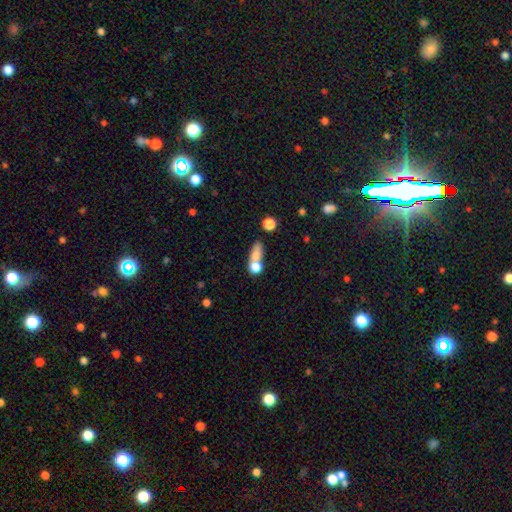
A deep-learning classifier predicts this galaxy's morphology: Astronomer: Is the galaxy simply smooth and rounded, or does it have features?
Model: smooth — 73%.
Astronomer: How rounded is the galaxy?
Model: in between — 51% (runner-up: round, 28%).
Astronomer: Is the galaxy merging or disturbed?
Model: none — 41% (runner-up: merger, 39%).